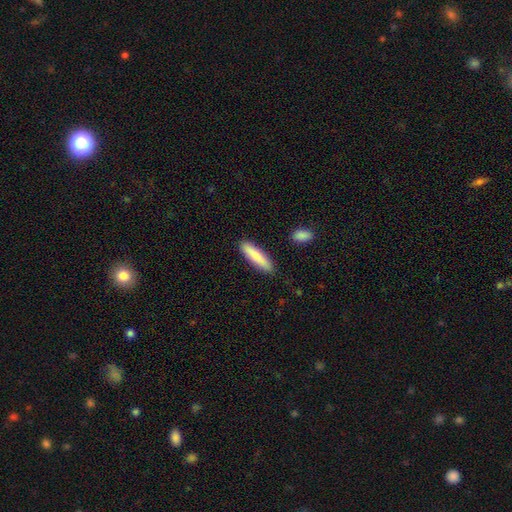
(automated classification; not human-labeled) Smooth or featured?
  - smooth: 83% *
  - featured or disk: 11%
  - star or artifact: 5%
How rounded?
  - cigar-shaped: 76% *
  - in between: 23%
  - round: 1%
Merging?
  - none: 88% *
  - minor disturbance: 8%
  - major disturbance: 2%
  - merger: 2%